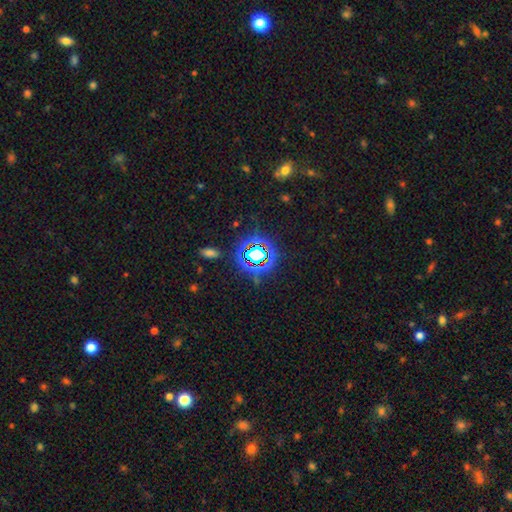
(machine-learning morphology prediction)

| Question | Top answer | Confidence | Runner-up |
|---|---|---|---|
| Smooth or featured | star or artifact | 70% | smooth (20%) |